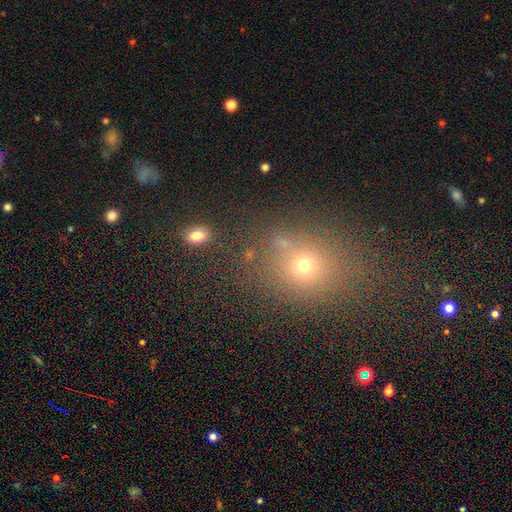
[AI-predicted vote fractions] Overall: smooth (50%; star or artifact 38%). How rounded: round (56%; in between 41%). Merging: none (75%).